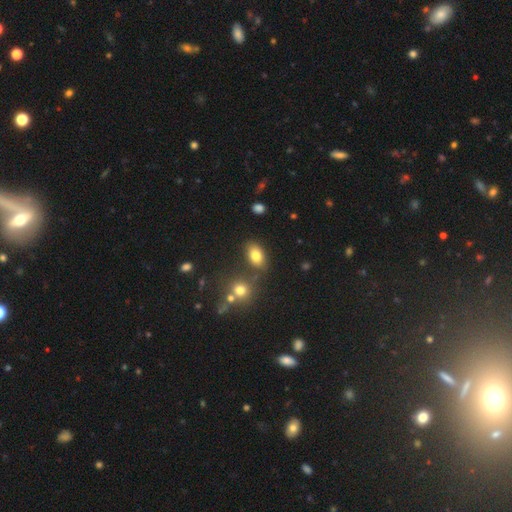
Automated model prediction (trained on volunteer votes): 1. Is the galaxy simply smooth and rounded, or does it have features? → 81% smooth, 10% star or artifact, 10% featured or disk.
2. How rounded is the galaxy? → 87% in between, 11% round, 2% cigar-shaped.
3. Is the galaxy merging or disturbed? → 75% none, 13% minor disturbance, 8% merger, 4% major disturbance.